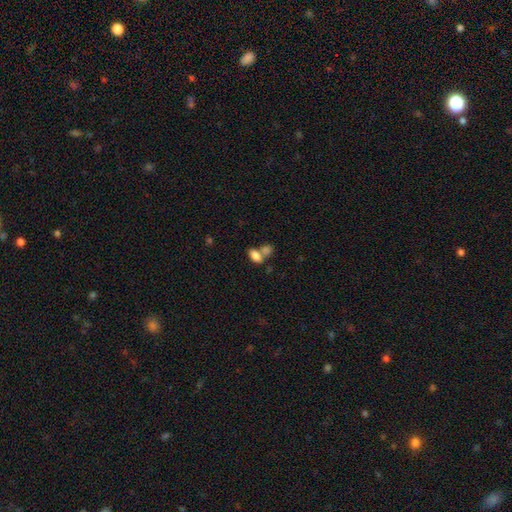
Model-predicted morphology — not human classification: A smooth galaxy with no disk features (81%) that is in between round and cigar-shaped (90%).

Vote fractions:
- Smooth or featured? smooth: 81% / featured or disk: 10% / star or artifact: 9%
- How rounded? in between: 90% / round: 7% / cigar-shaped: 3%
- Merging? merger: 51% / none: 34% / minor disturbance: 9% / major disturbance: 5%